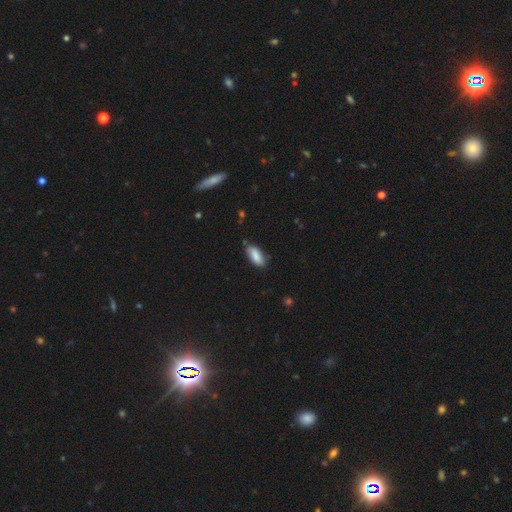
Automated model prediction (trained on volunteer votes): Smooth or featured?
  - smooth: 85% *
  - featured or disk: 9%
  - star or artifact: 6%
How rounded?
  - in between: 85% *
  - cigar-shaped: 13%
  - round: 2%
Merging?
  - none: 72% *
  - minor disturbance: 22%
  - major disturbance: 3%
  - merger: 3%